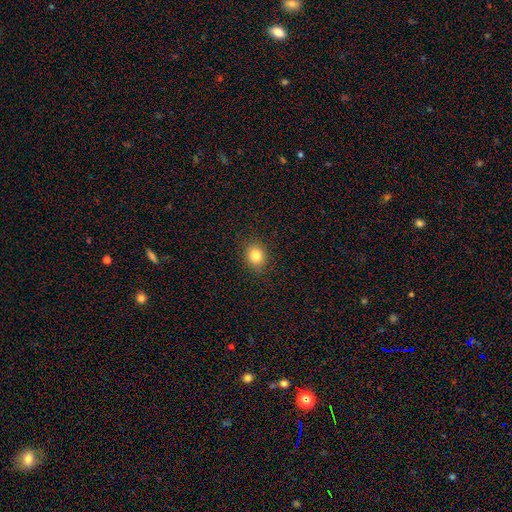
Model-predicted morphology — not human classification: Q: Smooth or featured?
A: smooth (83%); runner-up: star or artifact (10%)
Q: How rounded?
A: round (62%); runner-up: in between (37%)
Q: Merging?
A: none (89%); runner-up: minor disturbance (8%)